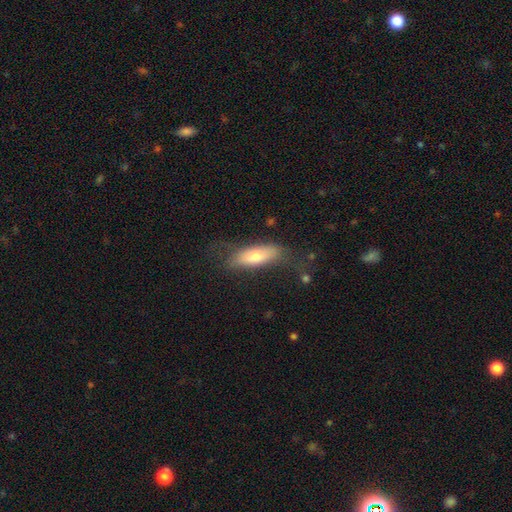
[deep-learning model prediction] A smooth galaxy with no disk features (66%) that is in between round and cigar-shaped (58%). Merging: none (61%).